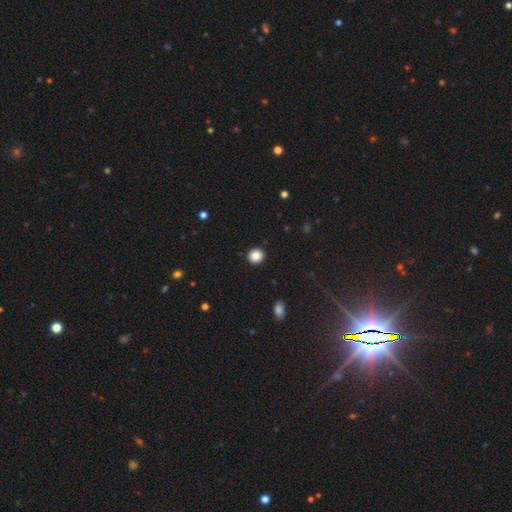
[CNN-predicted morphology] This is clearly a smooth galaxy (86%). How rounded: clearly round (87%). Merging: clearly none (93%).